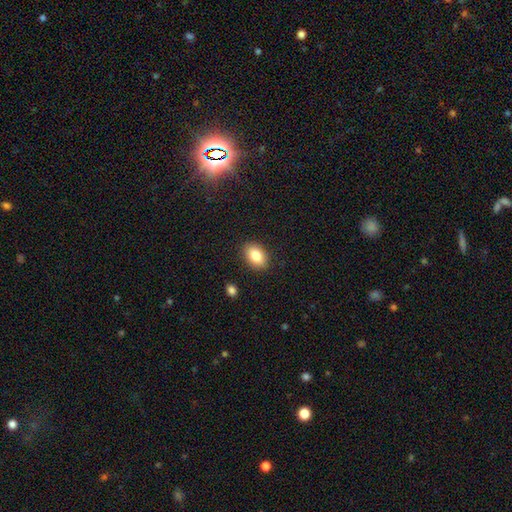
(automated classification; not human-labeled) This appears to be a smooth galaxy with no disk features (84%) that is in between round and cigar-shaped (87%). Merging: none (88%).